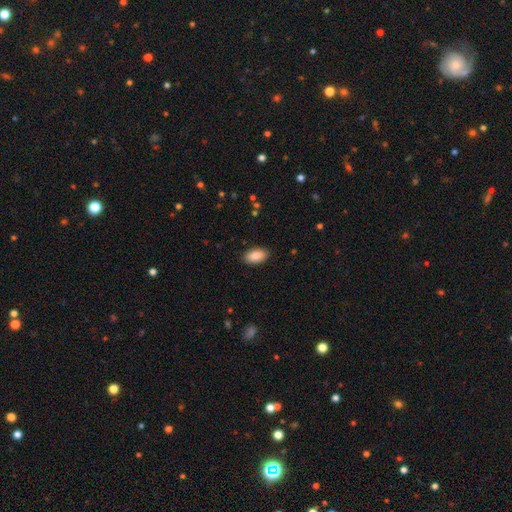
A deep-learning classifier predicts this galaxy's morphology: This appears to be a smooth galaxy with no disk features (89%) that is in between round and cigar-shaped (94%). Merging: none (89%).